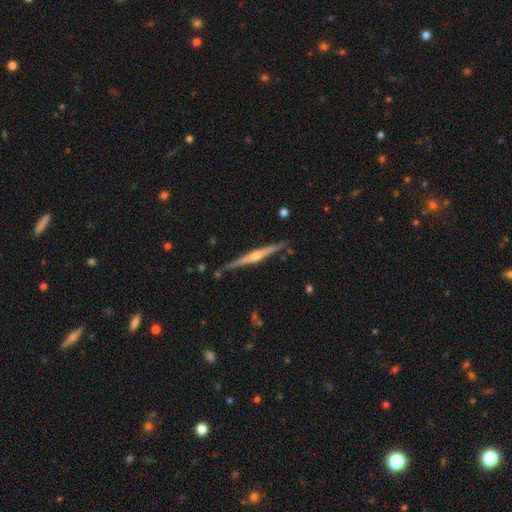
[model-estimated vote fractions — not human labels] Smooth or featured? Predicted: featured or disk (p=0.81). Edge-on disk? Predicted: yes (p=0.98). Edge-on bulge? Predicted: rounded (p=0.87). Merging? Predicted: none (p=0.85).